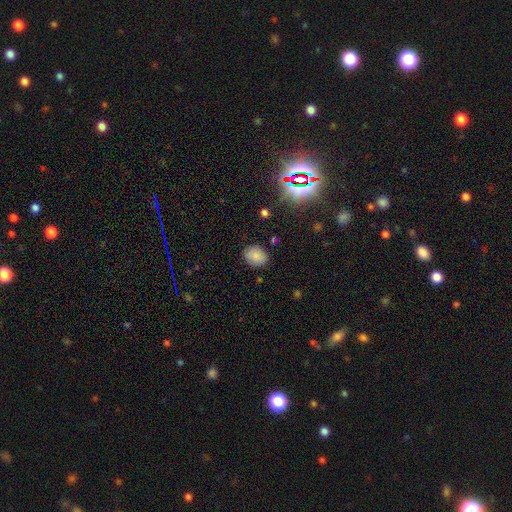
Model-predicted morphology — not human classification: A smooth galaxy with no disk features (84%) that is in between round and cigar-shaped (52%). Merging: none (85%).